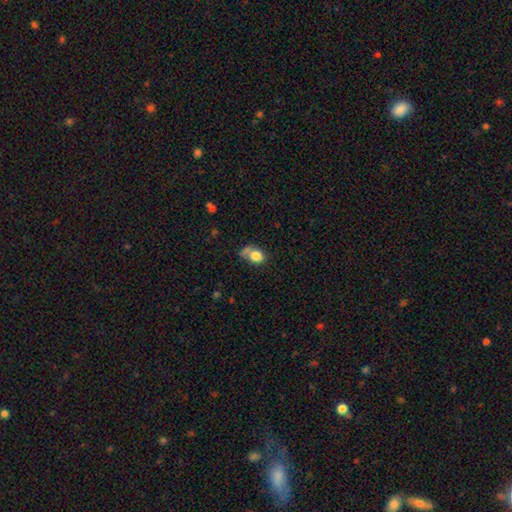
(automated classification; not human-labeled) This is likely a smooth galaxy (80%). How rounded: possibly in between (56%). Merging: marginally none (39%).